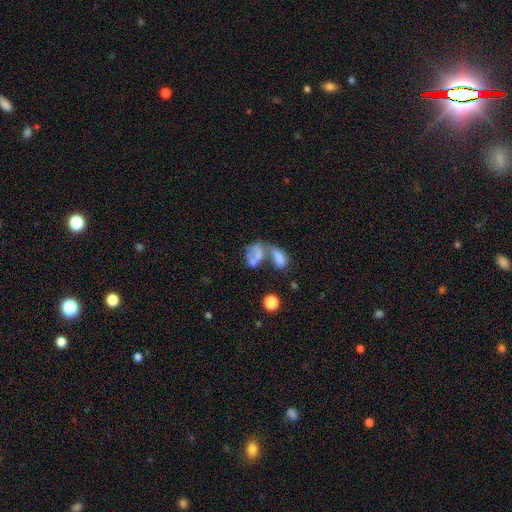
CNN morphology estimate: This is possibly a smooth galaxy (53%). How rounded: clearly in between (82%). Merging: likely merger (64%).